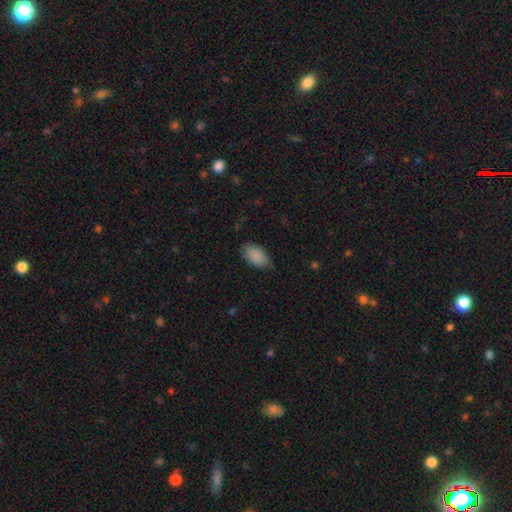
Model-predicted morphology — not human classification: Smooth or featured: smooth — 89% (star or artifact — 7%)
How rounded: in between — 92% (round — 6%)
Merging: none — 71% (minor disturbance — 23%)